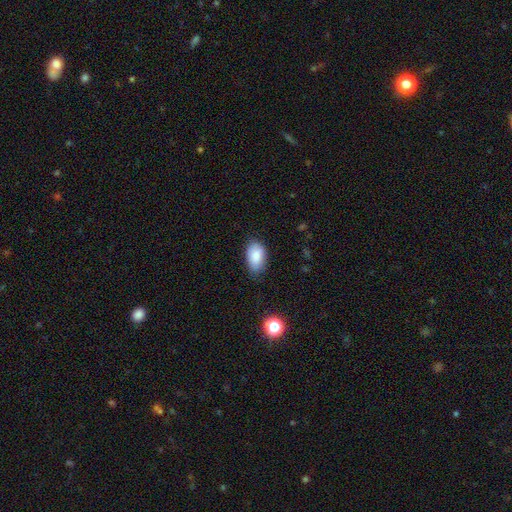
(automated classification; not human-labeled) Smooth or featured: smooth — 86% (star or artifact — 8%)
How rounded: in between — 93% (round — 5%)
Merging: none — 71% (minor disturbance — 24%)